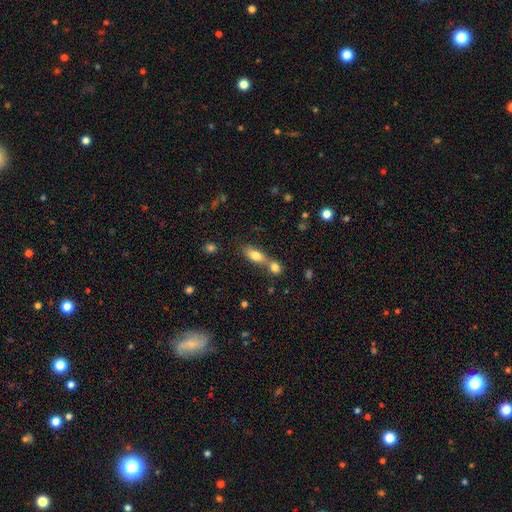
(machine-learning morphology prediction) Smooth or featured: smooth — 77% (featured or disk — 14%)
How rounded: in between — 78% (cigar-shaped — 17%)
Merging: merger — 48% (none — 39%)